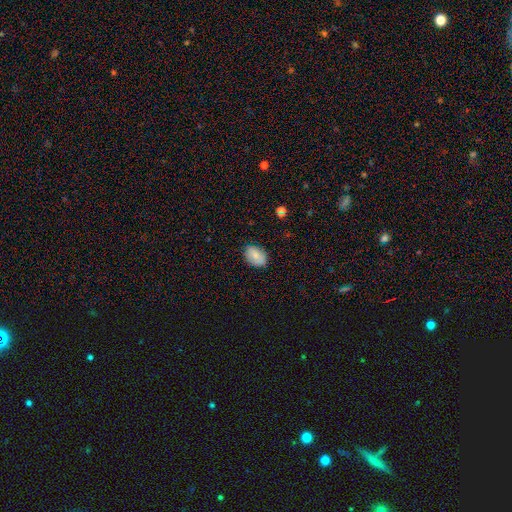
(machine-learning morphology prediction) A smooth galaxy with no disk features (76%) that is in between round and cigar-shaped (80%). Merging: none (83%).